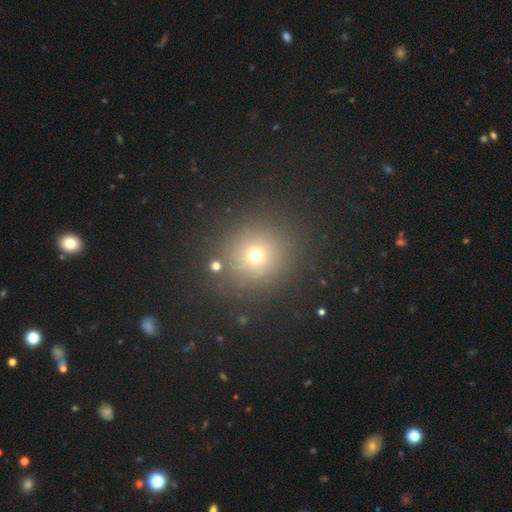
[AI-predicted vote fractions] This is likely a smooth galaxy (65%). How rounded: clearly round (90%). Merging: clearly none (86%).